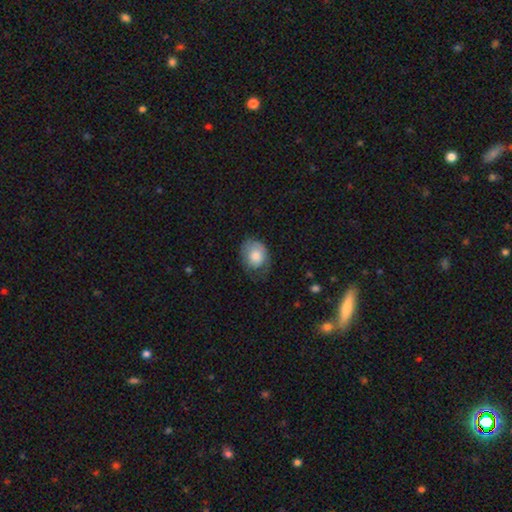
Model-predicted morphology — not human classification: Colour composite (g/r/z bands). It shows a smooth galaxy with no disk features (75%) that is round (50%). Merging: none (48%).